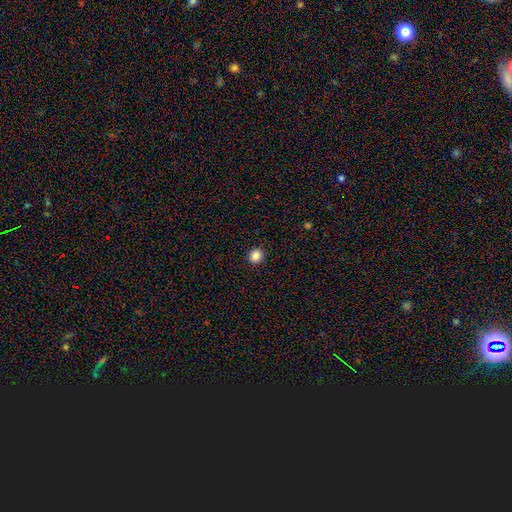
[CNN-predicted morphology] A smooth galaxy with no disk features (87%) that is round (91%).

Vote fractions:
- Smooth or featured? smooth: 87% / star or artifact: 10% / featured or disk: 3%
- How rounded? round: 91% / in between: 8% / cigar-shaped: 1%
- Merging? none: 93% / minor disturbance: 5% / major disturbance: 2% / merger: 1%